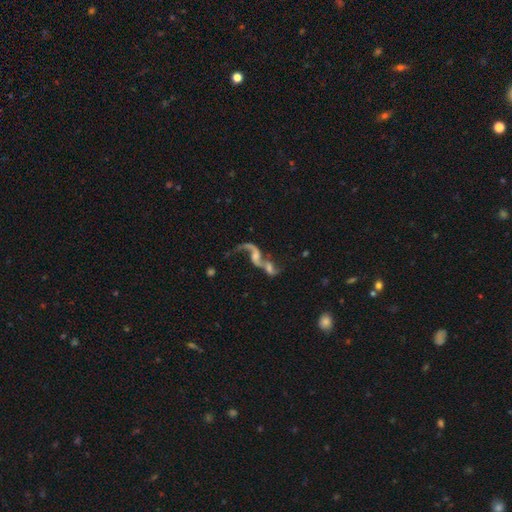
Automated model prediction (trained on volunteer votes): A featured or disk galaxy (74%) with no bar (54%), 2 (67%) loose (90%) spiral arms (78%) and a small central bulge (33%). Merging: merger (59%).